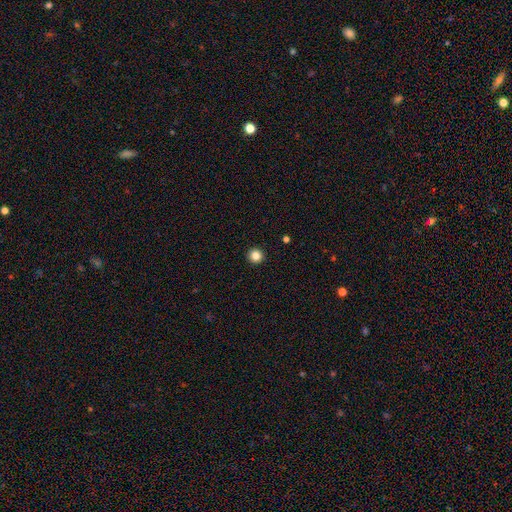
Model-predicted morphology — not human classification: A smooth galaxy with no disk features (84%) that is round (96%). Merging: none (94%).